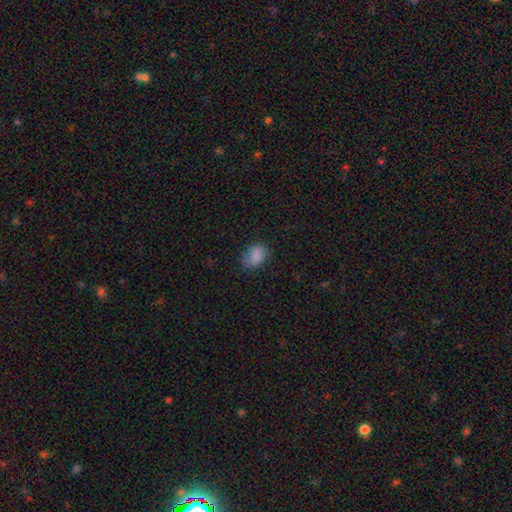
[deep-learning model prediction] smooth 86%, star or artifact 9%, featured or disk 6%. Down the decision tree: how rounded — in between (79%); merging — none (75%).